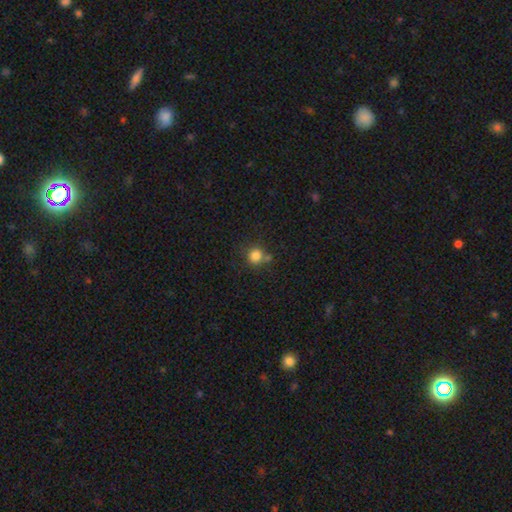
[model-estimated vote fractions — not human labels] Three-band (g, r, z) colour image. It shows a smooth galaxy with no disk features (82%) that is round (90%). Merging: none (67%).